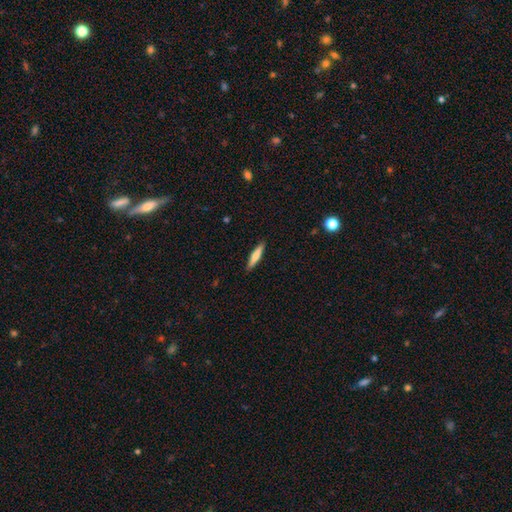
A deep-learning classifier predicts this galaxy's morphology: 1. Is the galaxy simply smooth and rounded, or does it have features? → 67% smooth, 27% featured or disk, 6% star or artifact.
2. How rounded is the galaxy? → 88% cigar-shaped, 11% in between, 1% round.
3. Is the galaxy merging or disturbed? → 90% none, 7% minor disturbance, 2% major disturbance, 1% merger.